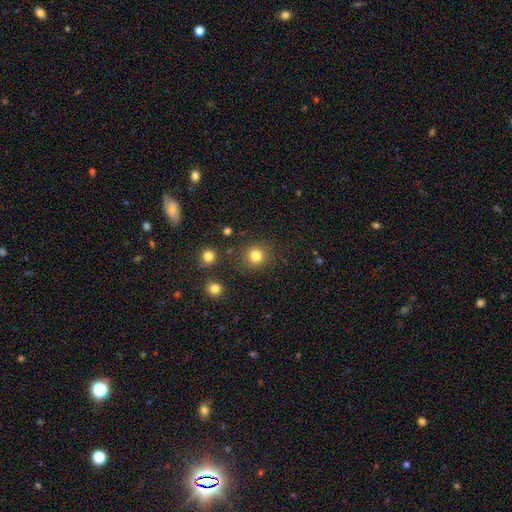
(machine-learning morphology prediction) Q: Smooth or featured?
A: smooth (82%); runner-up: star or artifact (13%)
Q: How rounded?
A: round (92%); runner-up: in between (7%)
Q: Merging?
A: none (87%); runner-up: minor disturbance (7%)